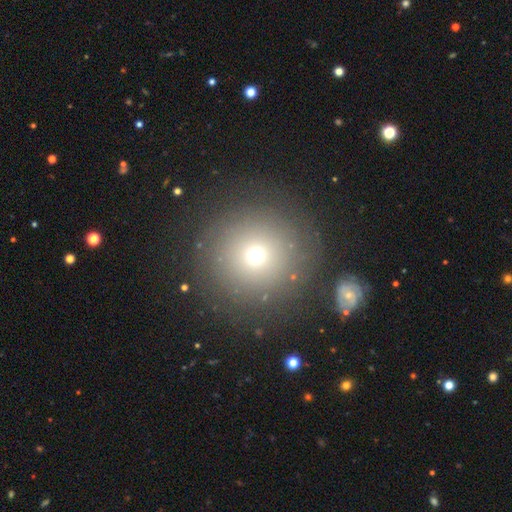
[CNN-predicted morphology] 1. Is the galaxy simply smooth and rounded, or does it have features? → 67% smooth, 20% star or artifact, 13% featured or disk.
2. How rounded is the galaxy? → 95% round, 4% in between, 1% cigar-shaped.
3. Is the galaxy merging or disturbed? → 82% none, 8% minor disturbance, 5% merger, 5% major disturbance.